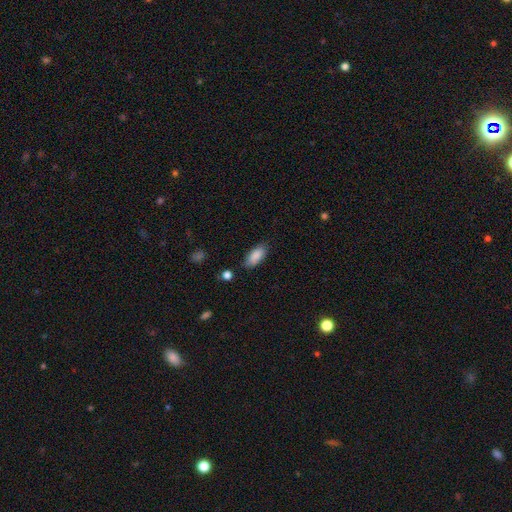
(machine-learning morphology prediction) smooth_or_featured: smooth (p=0.88) [alt: star or artifact p=0.07]
how_rounded: in between (p=0.88) [alt: cigar-shaped p=0.10]
merging: none (p=0.79) [alt: minor disturbance p=0.15]